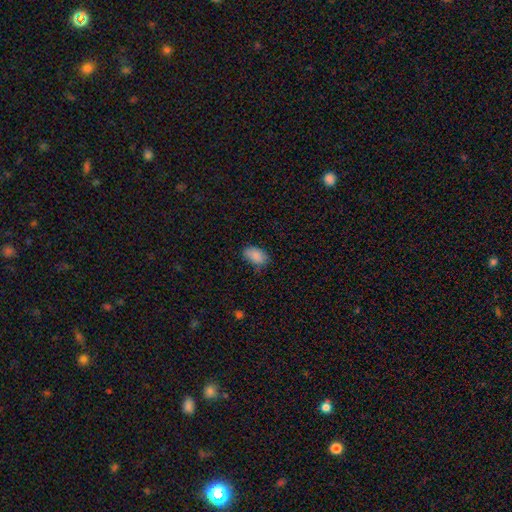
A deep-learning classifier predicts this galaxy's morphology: Smooth or featured? Predicted: smooth (p=0.87). How rounded? Predicted: in between (p=0.91). Merging? Predicted: none (p=0.74).